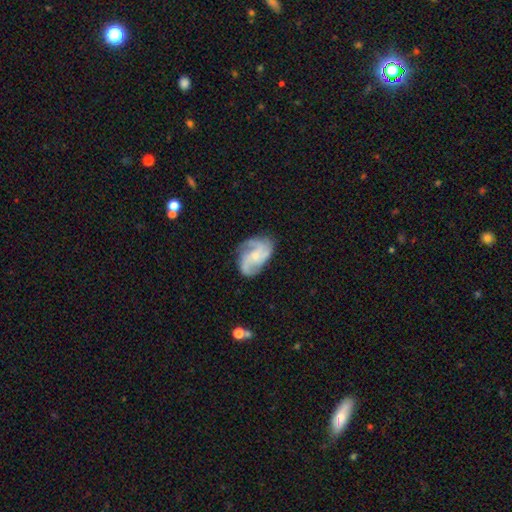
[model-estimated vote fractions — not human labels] Overall: featured or disk (84%). Edge-on disk: no (98%). Bar: no (64%; weak 30%). Spiral arms: yes (96%). Spiral arm count: 3 (53%; 2 20%). Spiral winding: medium (50%; loose 26%). Bulge size: small (64%; moderate 29%). Merging: none (68%).